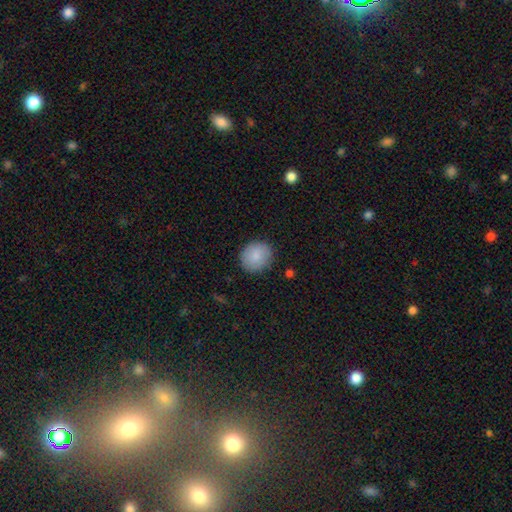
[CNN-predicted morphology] This appears to be a smooth galaxy with no disk features (86%) that is round (81%). Merging: none (85%).